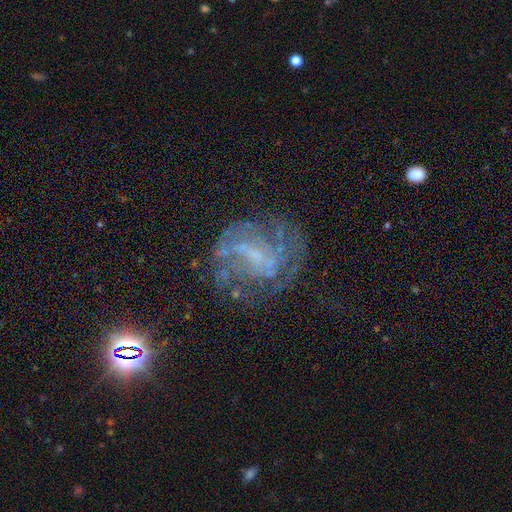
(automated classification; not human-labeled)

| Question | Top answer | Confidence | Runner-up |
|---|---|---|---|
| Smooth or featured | featured or disk | 68% | star or artifact (17%) |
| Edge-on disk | no | 97% | yes (3%) |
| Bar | weak | 43% | no (41%) |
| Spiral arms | yes | 65% | no (35%) |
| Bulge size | small | 42% | none (39%) |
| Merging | none | 55% | major disturbance (24%) |